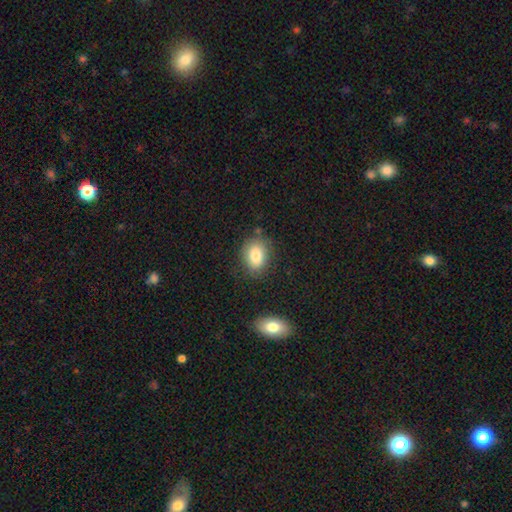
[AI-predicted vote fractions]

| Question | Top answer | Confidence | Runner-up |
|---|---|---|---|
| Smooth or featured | smooth | 82% | featured or disk (9%) |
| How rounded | in between | 65% | round (34%) |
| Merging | none | 79% | minor disturbance (14%) |